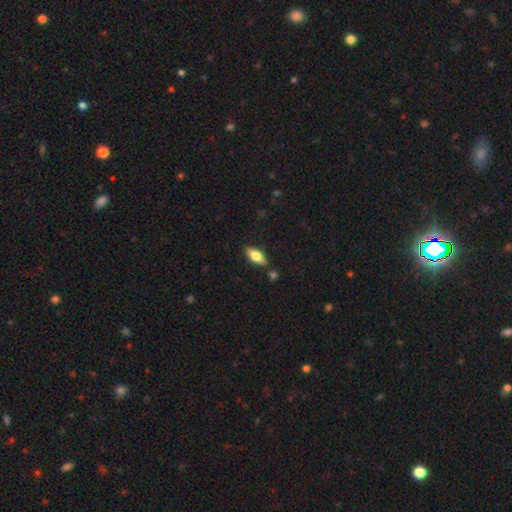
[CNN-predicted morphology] A smooth galaxy with no disk features (68%) that is in between round and cigar-shaped (82%).

Vote fractions:
- Smooth or featured? smooth: 68% / featured or disk: 25% / star or artifact: 7%
- How rounded? in between: 82% / cigar-shaped: 16% / round: 3%
- Merging? none: 82% / minor disturbance: 11% / merger: 4% / major disturbance: 2%